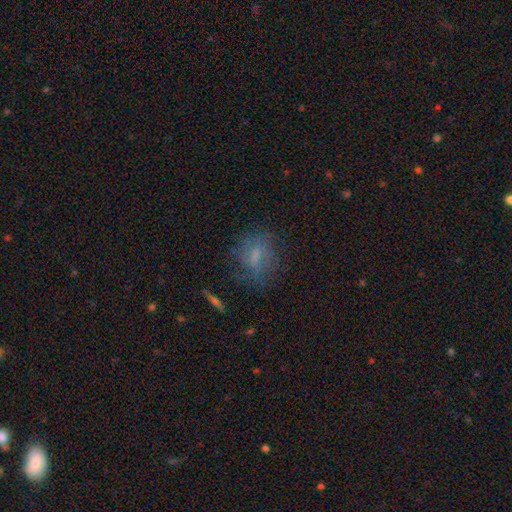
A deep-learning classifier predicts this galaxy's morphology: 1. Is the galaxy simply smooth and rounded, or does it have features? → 50% smooth, 35% featured or disk, 16% star or artifact.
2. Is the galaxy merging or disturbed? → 66% none, 19% minor disturbance, 13% major disturbance, 2% merger.